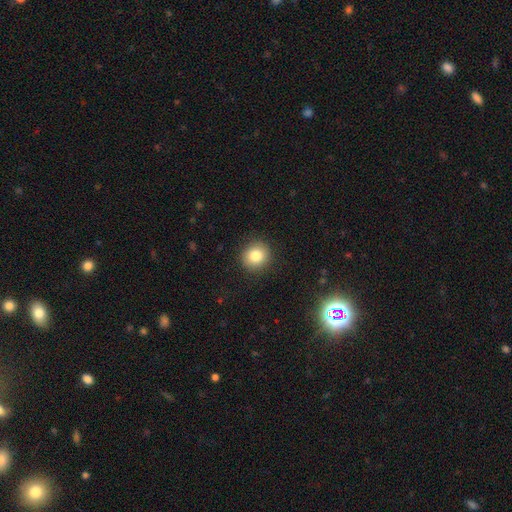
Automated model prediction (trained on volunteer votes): Morphology: type=smooth (83%); roundness=round (89%); merging=none (90%).